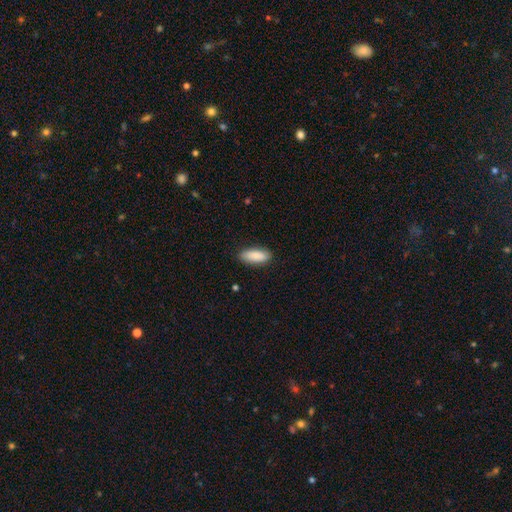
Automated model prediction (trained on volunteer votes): This is clearly a smooth galaxy (86%). How rounded: likely in between (78%). Merging: clearly none (86%).